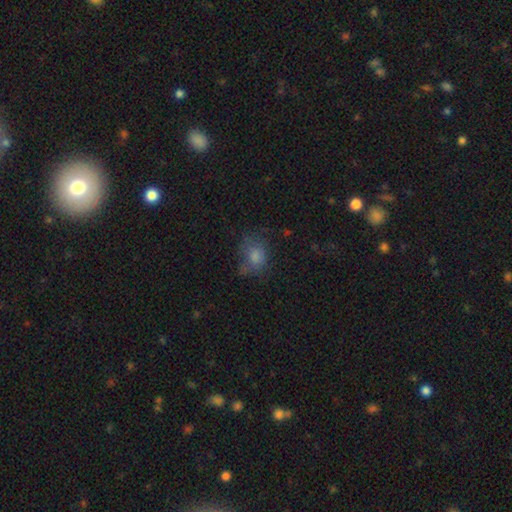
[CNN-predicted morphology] Overall: smooth (70%). How rounded: round (51%; in between 48%). Merging: none (52%; minor disturbance 26%).